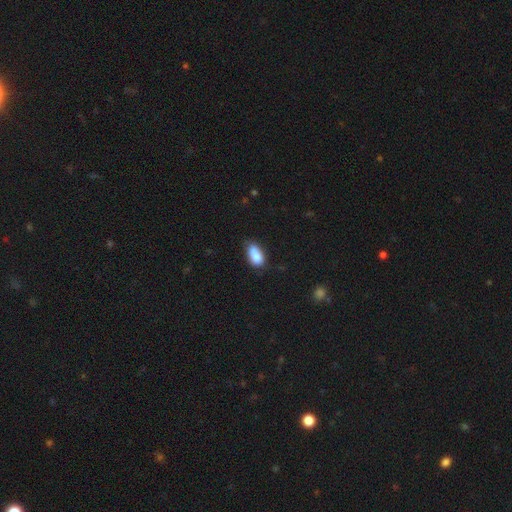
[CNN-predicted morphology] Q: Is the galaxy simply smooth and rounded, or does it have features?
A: smooth — 82%.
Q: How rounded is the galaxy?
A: in between — 89%.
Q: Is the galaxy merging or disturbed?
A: none — 50%.